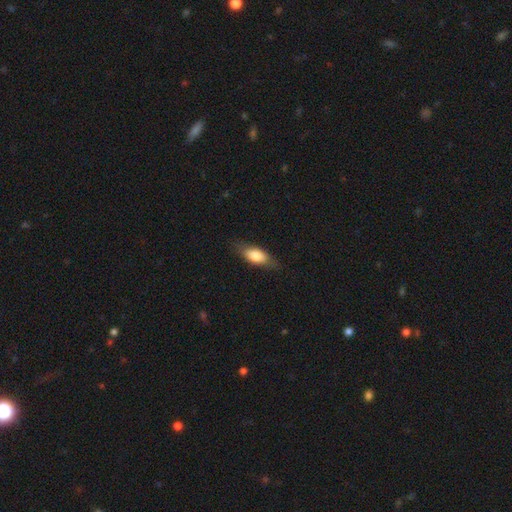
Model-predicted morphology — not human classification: Smooth or featured?
  - smooth: 75% *
  - featured or disk: 19%
  - star or artifact: 6%
How rounded?
  - in between: 80% *
  - cigar-shaped: 16%
  - round: 4%
Merging?
  - none: 76% *
  - minor disturbance: 18%
  - major disturbance: 5%
  - merger: 1%